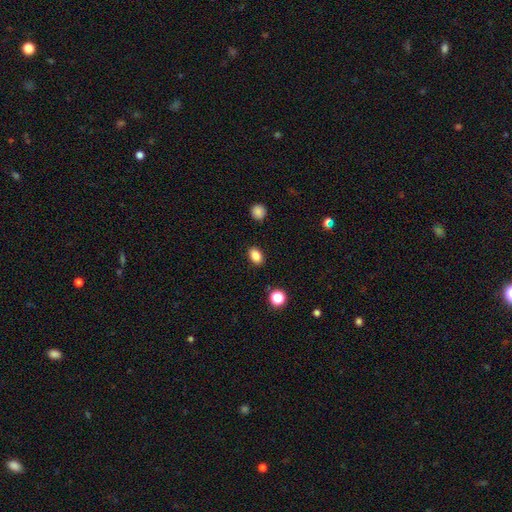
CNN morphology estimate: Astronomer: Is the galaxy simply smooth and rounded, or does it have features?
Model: smooth — 85%.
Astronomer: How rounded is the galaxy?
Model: in between — 80%.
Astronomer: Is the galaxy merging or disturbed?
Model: none — 88%.